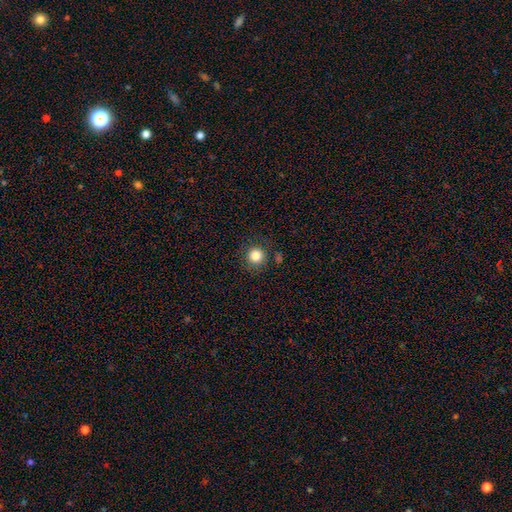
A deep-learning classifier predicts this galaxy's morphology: This appears to be a smooth galaxy with no disk features (84%) that is round (94%). Merging: none (85%).